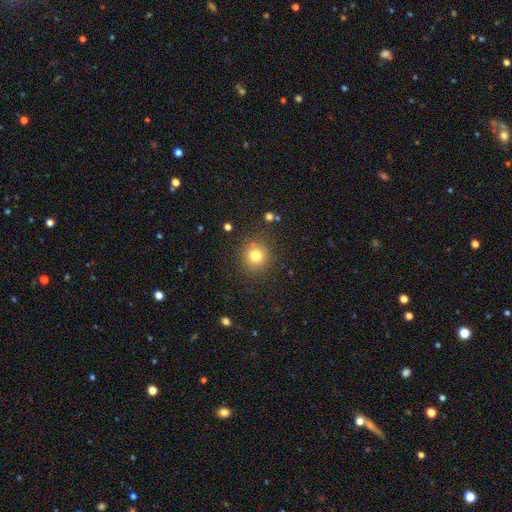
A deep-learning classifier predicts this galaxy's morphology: Smooth or featured? smooth (78%)
How rounded? round (90%)
Merging? none (85%)